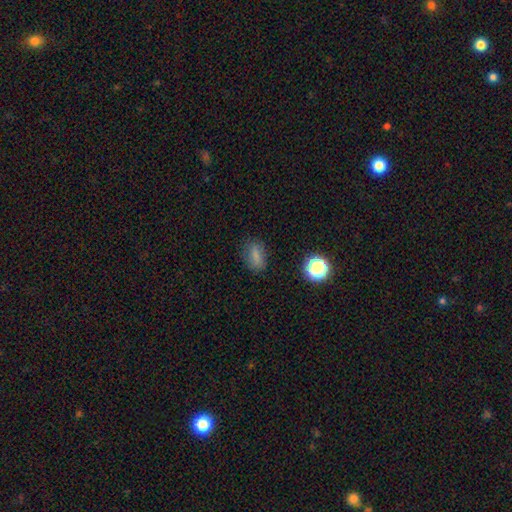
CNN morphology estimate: smooth_or_featured: smooth (p=0.76) [alt: star or artifact p=0.15]
how_rounded: in between (p=0.78) [alt: round p=0.17]
merging: none (p=0.77) [alt: minor disturbance p=0.17]